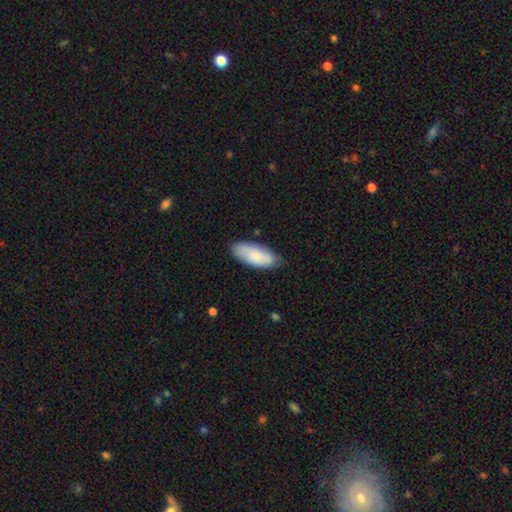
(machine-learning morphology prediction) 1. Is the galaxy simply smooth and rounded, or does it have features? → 79% smooth, 15% featured or disk, 6% star or artifact.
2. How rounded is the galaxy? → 82% in between, 16% cigar-shaped, 2% round.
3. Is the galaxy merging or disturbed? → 77% none, 18% minor disturbance, 3% major disturbance, 2% merger.